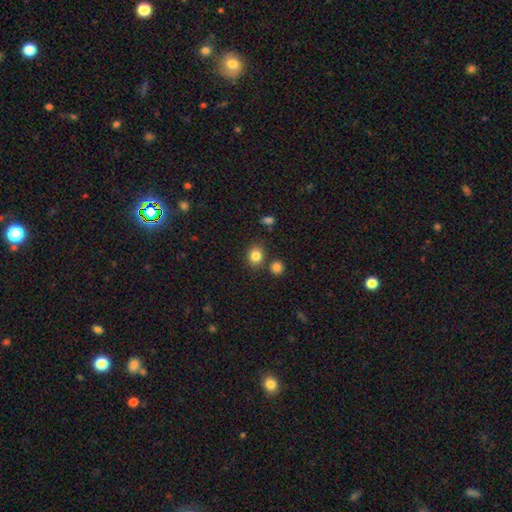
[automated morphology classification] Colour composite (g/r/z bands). It shows a smooth galaxy with no disk features (84%) that is round (69%). Merging: none (79%).